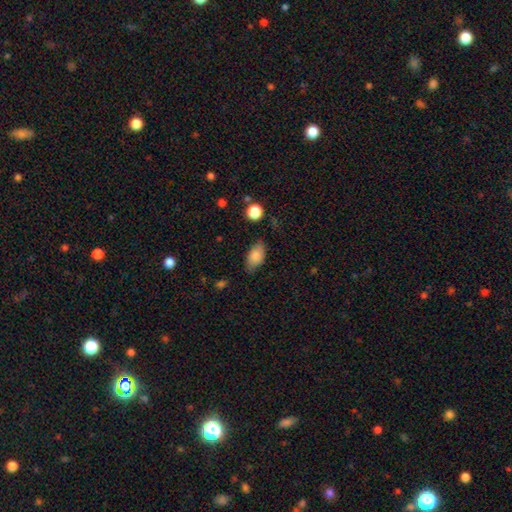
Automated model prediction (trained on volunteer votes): smooth 83%, featured or disk 9%, star or artifact 8%. Down the decision tree: how rounded — in between (91%); merging — none (73%).